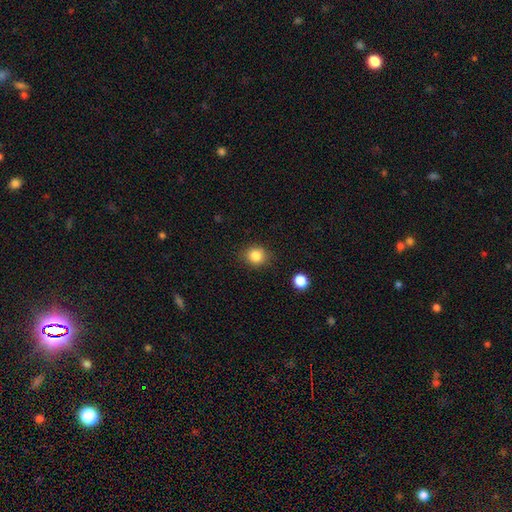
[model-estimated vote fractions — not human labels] A smooth galaxy with no disk features (84%) that is round (82%). Merging: none (86%).